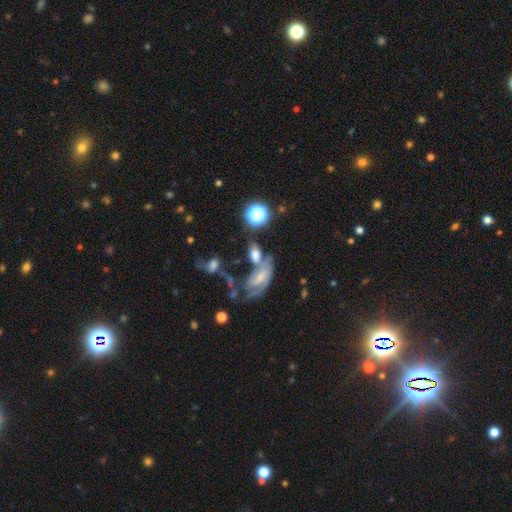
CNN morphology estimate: Overall: smooth (42%; featured or disk 40%). Merging: none (38%; merger 35%).